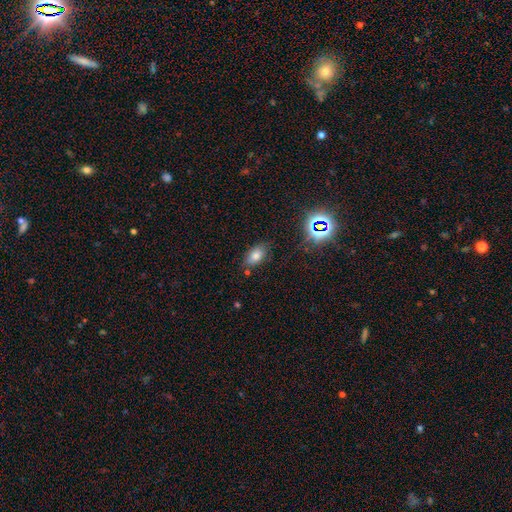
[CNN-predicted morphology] smooth-or-featured: smooth: 74% | star or artifact: 15% | featured or disk: 11%
  how-rounded: in between: 89% | round: 8% | cigar-shaped: 3%
  merging: none: 77% | minor disturbance: 15% | merger: 4% | major disturbance: 4%